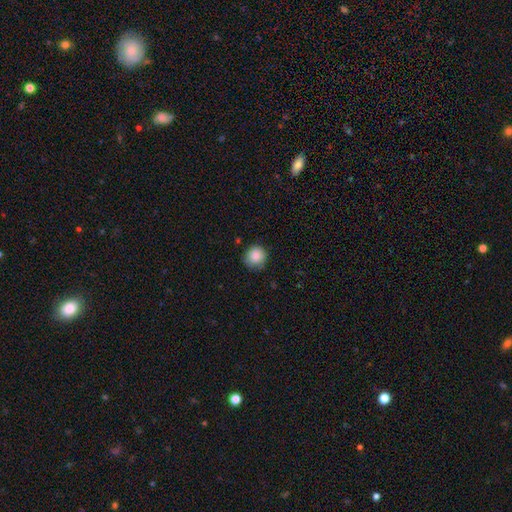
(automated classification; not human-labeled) Smooth or featured? smooth (86%)
How rounded? round (91%)
Merging? none (79%)